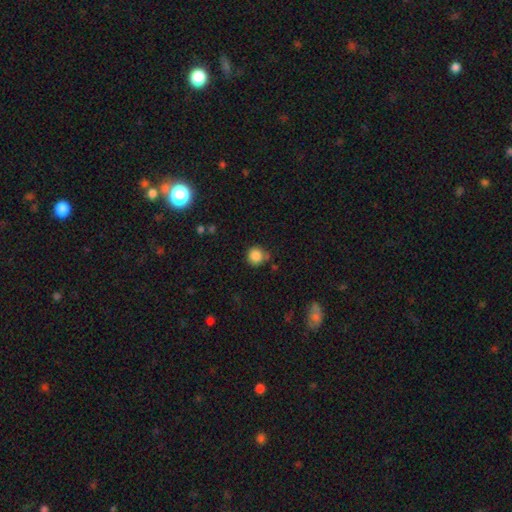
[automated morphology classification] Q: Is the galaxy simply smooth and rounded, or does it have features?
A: smooth — 86%.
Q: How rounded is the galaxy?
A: round — 92%.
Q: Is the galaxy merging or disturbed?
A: none — 72%.